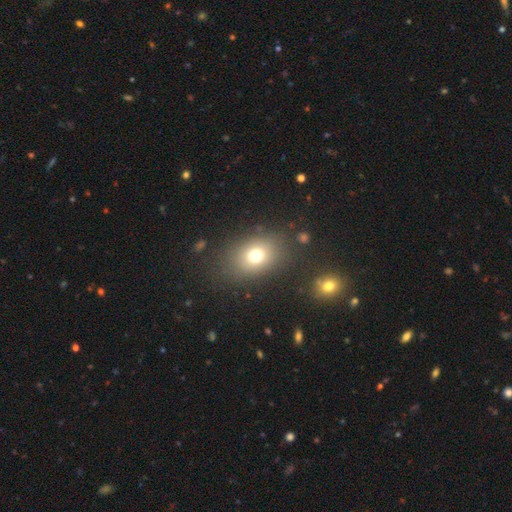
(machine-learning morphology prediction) Smooth or featured: smooth — 72% (star or artifact — 15%)
How rounded: in between — 62% (round — 37%)
Merging: none — 80% (minor disturbance — 11%)